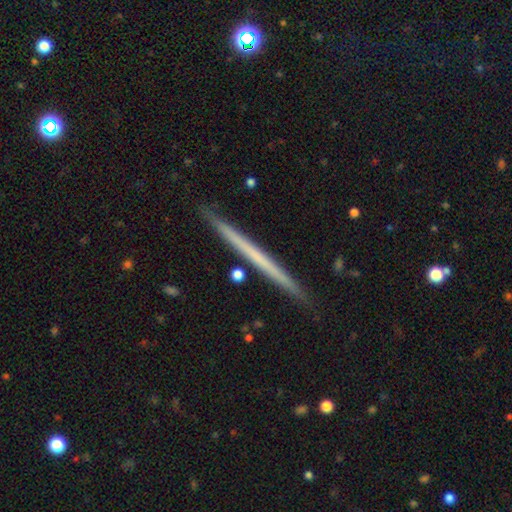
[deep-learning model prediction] smooth_or_featured: featured or disk (p=0.52) [alt: smooth p=0.43]
disk_edge_on: yes (p=0.98) [alt: no p=0.02]
edge_on_bulge: none (p=0.94) [alt: rounded p=0.04]
merging: none (p=0.91) [alt: minor disturbance p=0.06]